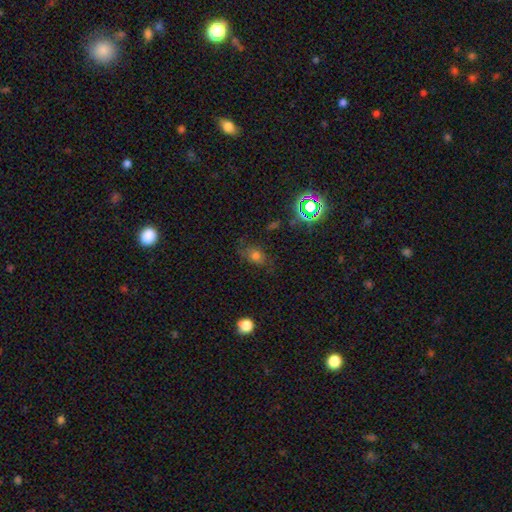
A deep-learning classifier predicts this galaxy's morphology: Q: Smooth or featured?
A: smooth (60%); runner-up: star or artifact (22%)
Q: How rounded?
A: in between (70%); runner-up: round (27%)
Q: Merging?
A: none (64%); runner-up: minor disturbance (23%)